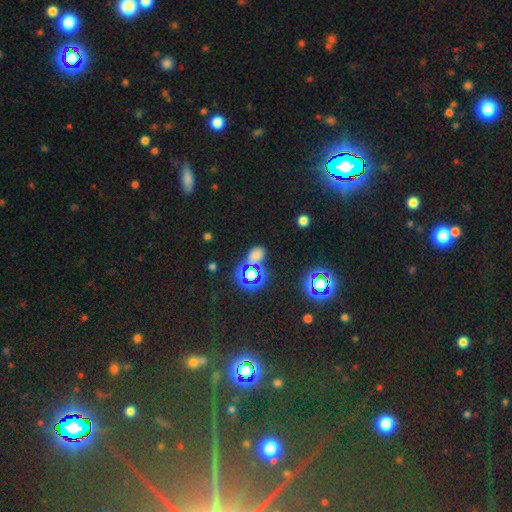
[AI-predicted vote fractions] This is possibly a smooth galaxy (47%). Merging: likely none (66%).